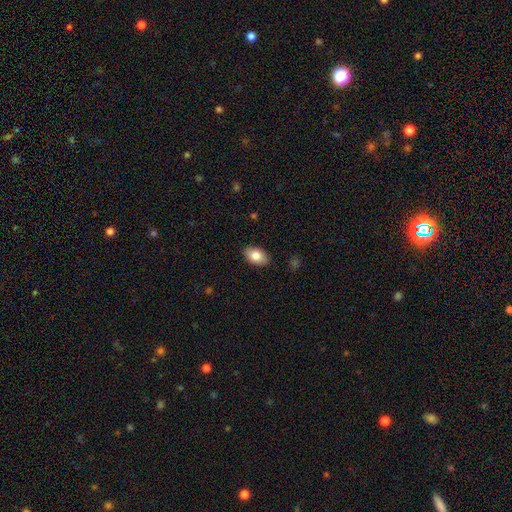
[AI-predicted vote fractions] A smooth galaxy with no disk features (84%) that is in between round and cigar-shaped (91%). Merging: none (88%).